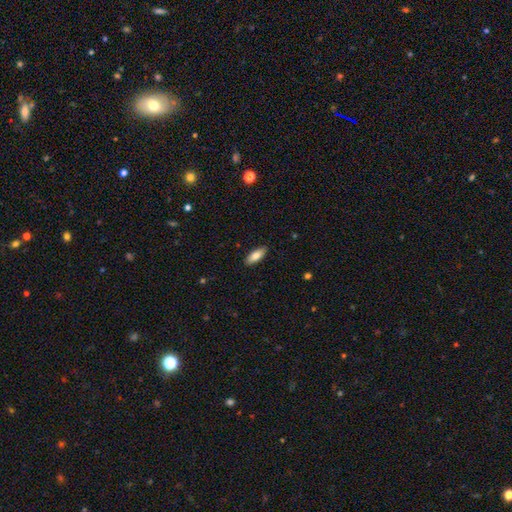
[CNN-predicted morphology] smooth_or_featured: smooth (p=0.80) [alt: featured or disk p=0.13]
how_rounded: in between (p=0.73) [alt: cigar-shaped p=0.25]
merging: none (p=0.89) [alt: minor disturbance p=0.08]